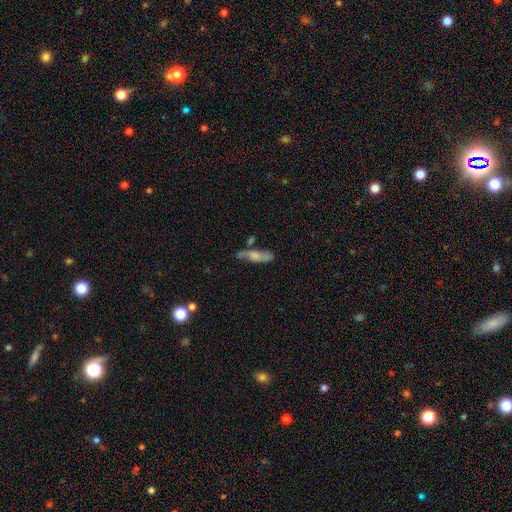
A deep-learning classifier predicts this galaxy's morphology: Smooth or featured: smooth — 52% (featured or disk — 40%)
How rounded: cigar-shaped — 53% (in between — 43%)
Merging: none — 52% (minor disturbance — 25%)